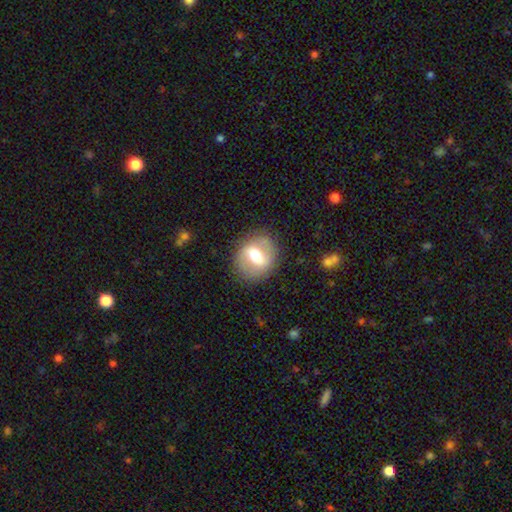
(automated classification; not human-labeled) smooth-or-featured: featured or disk: 54% | smooth: 39% | star or artifact: 7%
  disk-edge-on: no: 91% | yes: 9%
  merging: none: 80% | minor disturbance: 13% | major disturbance: 6% | merger: 1%